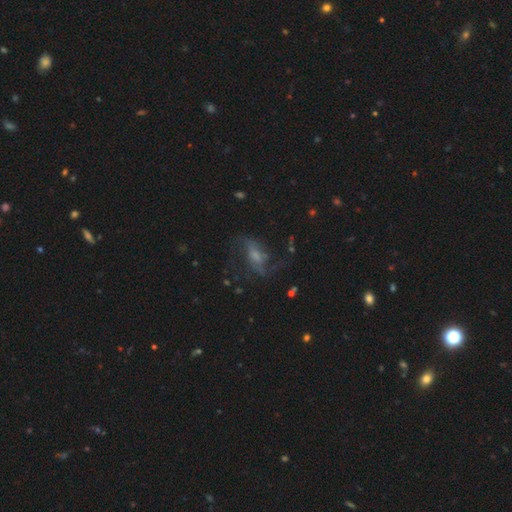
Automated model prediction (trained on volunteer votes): Smooth or featured? Predicted: featured or disk (p=0.66). Edge-on disk? Predicted: no (p=0.93). Bar? Predicted: weak (p=0.42). Spiral arms? Predicted: yes (p=0.83). Spiral winding? Predicted: loose (p=0.59). Spiral arm count? Predicted: 2 (p=0.63). Bulge size? Predicted: small (p=0.33). Merging? Predicted: none (p=0.51).